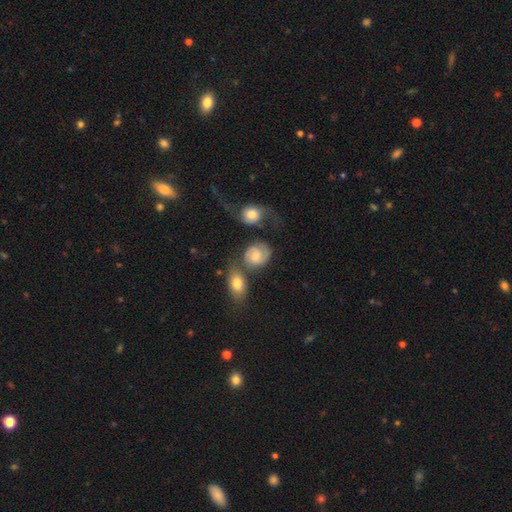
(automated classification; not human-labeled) Q: Smooth or featured?
A: featured or disk (56%); runner-up: smooth (36%)
Q: Edge-on disk?
A: no (97%); runner-up: yes (3%)
Q: Bar?
A: no (69%); runner-up: weak (27%)
Q: Spiral arms?
A: yes (88%); runner-up: no (12%)
Q: Bulge size?
A: moderate (50%); runner-up: small (36%)
Q: Merging?
A: none (47%); runner-up: merger (24%)